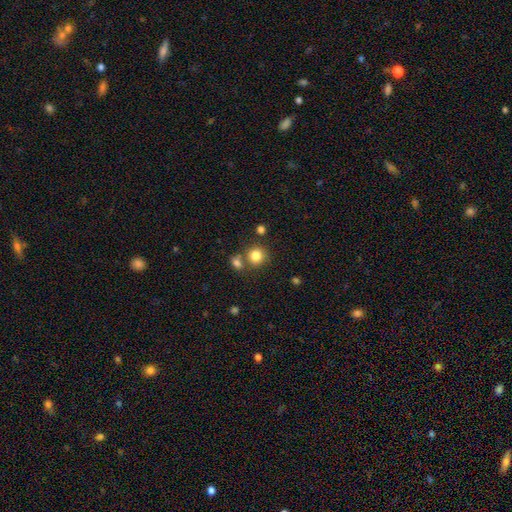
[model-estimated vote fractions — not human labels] Overall: smooth (82%). How rounded: round (85%). Merging: none (65%).